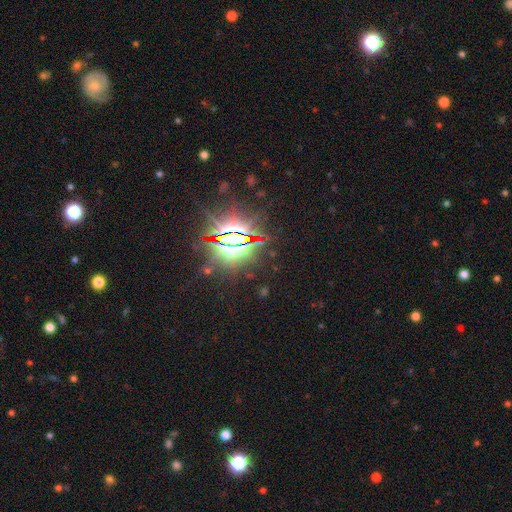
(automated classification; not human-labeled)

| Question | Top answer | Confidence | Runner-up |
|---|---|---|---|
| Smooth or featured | star or artifact | 86% | smooth (7%) |